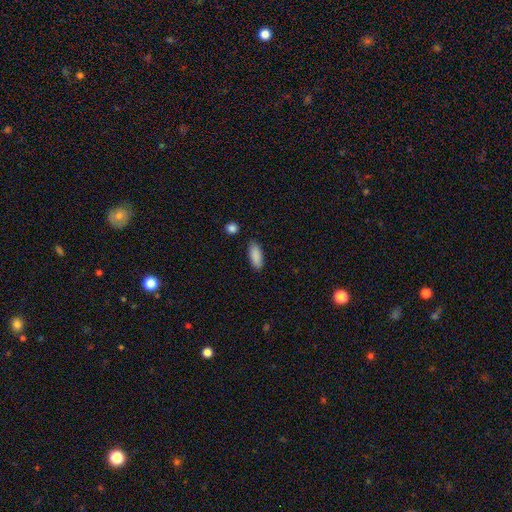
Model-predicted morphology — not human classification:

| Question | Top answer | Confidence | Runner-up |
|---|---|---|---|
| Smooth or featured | smooth | 89% | star or artifact (6%) |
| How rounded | in between | 79% | cigar-shaped (19%) |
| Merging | none | 84% | minor disturbance (11%) |